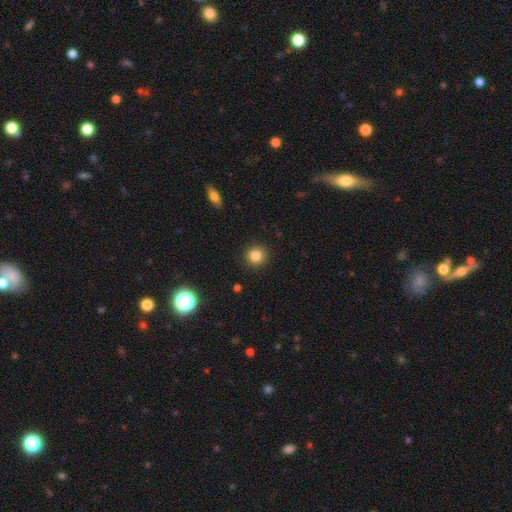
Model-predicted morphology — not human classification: Smooth or featured? smooth (84%)
How rounded? round (94%)
Merging? none (91%)